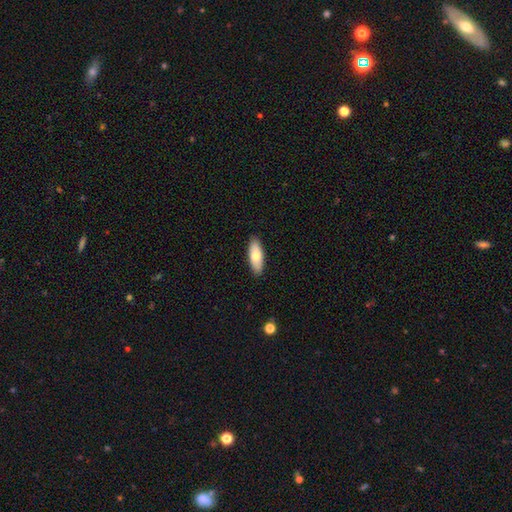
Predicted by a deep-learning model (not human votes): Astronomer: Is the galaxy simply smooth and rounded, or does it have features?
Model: smooth — 74%.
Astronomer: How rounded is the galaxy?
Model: in between — 73%.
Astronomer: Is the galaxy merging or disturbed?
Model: none — 90%.